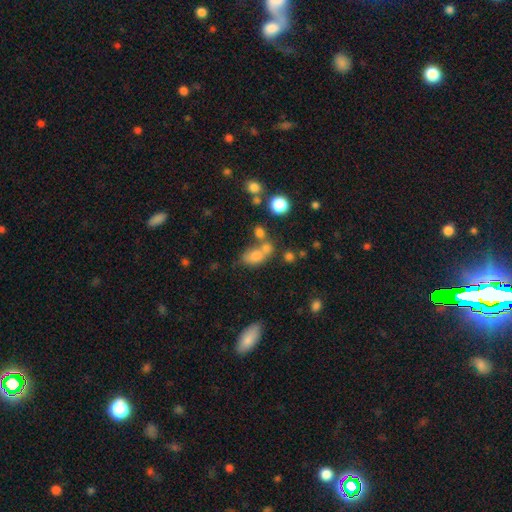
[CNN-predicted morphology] The model was most divided on "merging": merger: 44%, none: 33%, minor disturbance: 13%, major disturbance: 9%. More confident: how rounded — in between (74%); smooth or featured — smooth (72%).